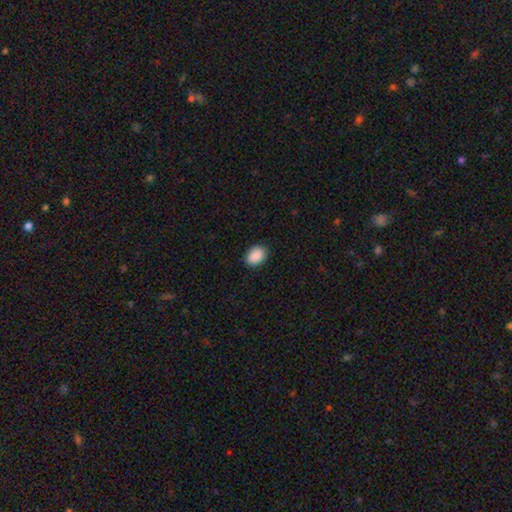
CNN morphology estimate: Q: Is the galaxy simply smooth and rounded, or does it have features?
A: smooth — 91%.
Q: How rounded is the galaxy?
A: in between — 76%.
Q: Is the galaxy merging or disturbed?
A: none — 88%.